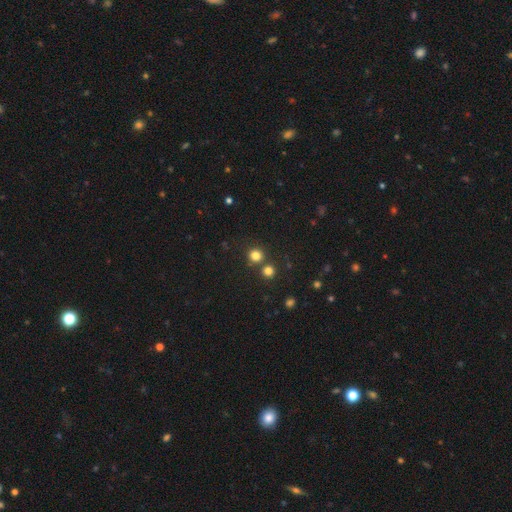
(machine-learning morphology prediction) This appears to be a smooth galaxy with no disk features (79%) that is round (92%). Merging: none (77%).